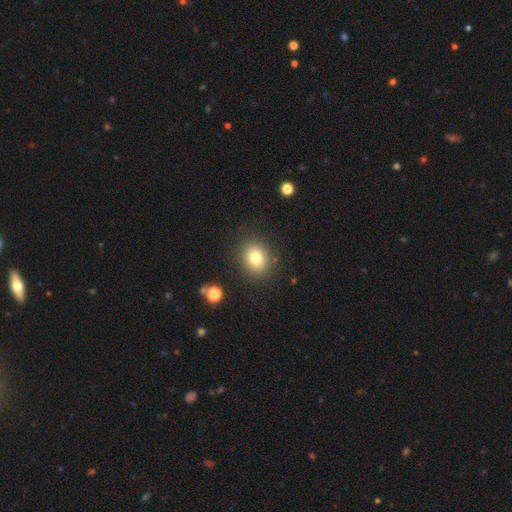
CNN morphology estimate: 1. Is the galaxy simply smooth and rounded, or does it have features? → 78% smooth, 12% star or artifact, 9% featured or disk.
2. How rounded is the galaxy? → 61% round, 38% in between, 1% cigar-shaped.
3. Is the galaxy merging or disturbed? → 88% none, 8% minor disturbance, 3% major disturbance, 2% merger.